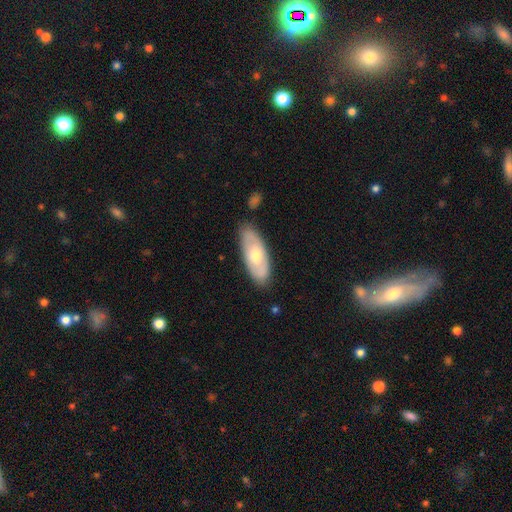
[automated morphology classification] Overall: featured or disk (50%; smooth 45%). Merging: none (82%).